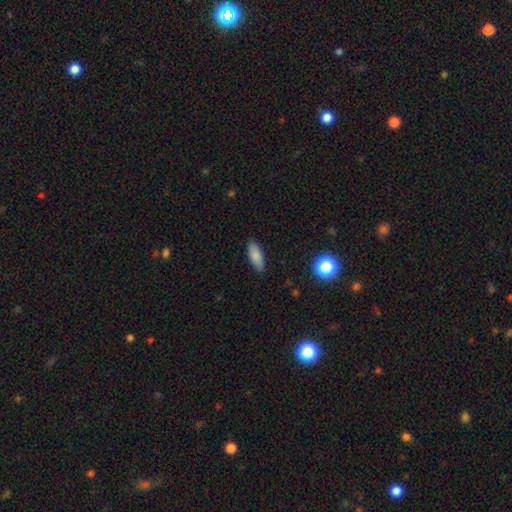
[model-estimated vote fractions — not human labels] Smooth or featured? smooth (85%)
How rounded? in between (70%)
Merging? none (88%)